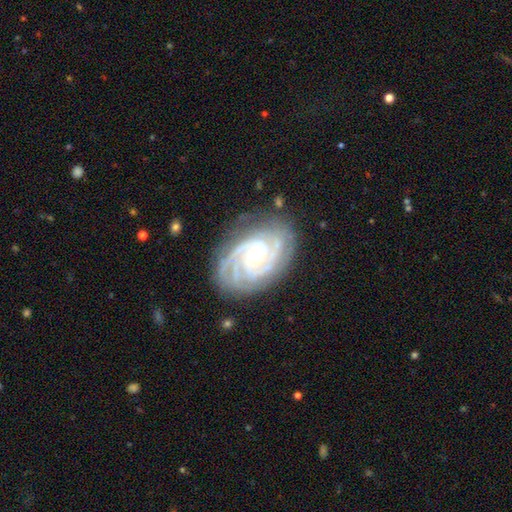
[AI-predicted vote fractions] Smooth or featured?
  - featured or disk: 92% *
  - star or artifact: 5%
  - smooth: 3%
Edge-on disk?
  - no: 97% *
  - yes: 3%
Bar?
  - no: 61% *
  - weak: 28%
  - strong: 11%
Spiral arms?
  - yes: 99% *
  - no: 1%
Spiral winding?
  - tight: 76% *
  - medium: 21%
  - loose: 2%
Spiral arm count?
  - 3: 35% *
  - 4: 26%
  - 2: 15%
  - can't tell: 12%
  - more than 4: 7%
  - 1: 6%
Bulge size?
  - small: 60% *
  - moderate: 37%
  - large: 1%
  - none: 1%
  - dominant: 1%
Merging?
  - none: 79% *
  - minor disturbance: 15%
  - major disturbance: 4%
  - merger: 1%